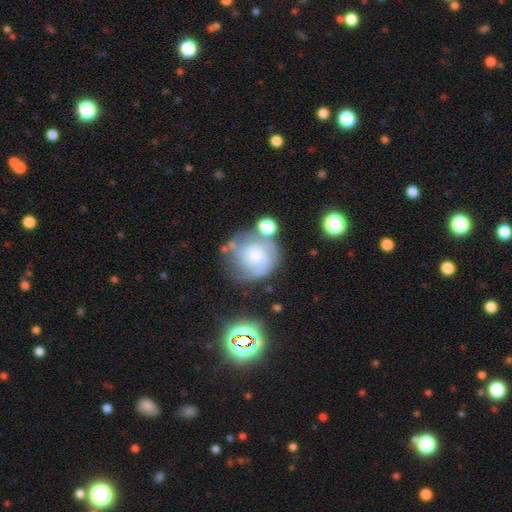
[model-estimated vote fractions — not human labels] Overall: featured or disk (49%; smooth 40%). Merging: none (41%; minor disturbance 22%).